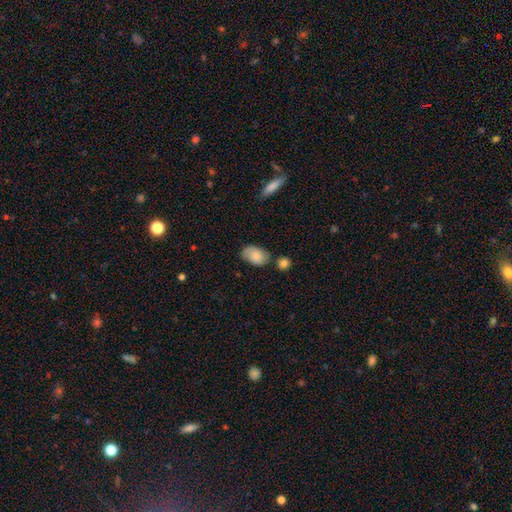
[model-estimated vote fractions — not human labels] smooth-or-featured: smooth: 78% | featured or disk: 15% | star or artifact: 7%
  how-rounded: in between: 89% | round: 9% | cigar-shaped: 1%
  merging: none: 63% | minor disturbance: 23% | merger: 9% | major disturbance: 5%